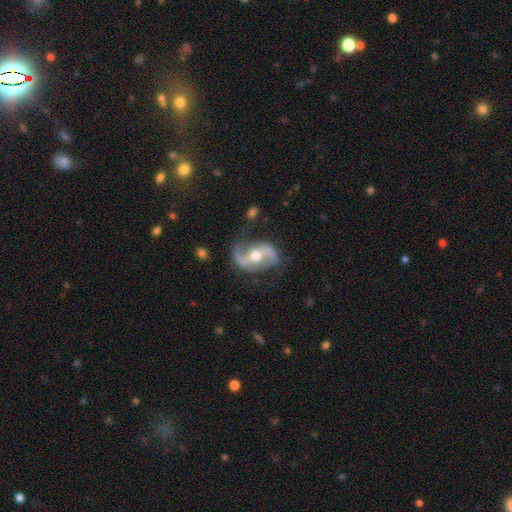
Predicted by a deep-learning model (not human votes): This is clearly a featured or disk galaxy (86%). It is clearly not viewed edge-on (96%). Bar: marginally strong (38%). Spiral arm pattern: clearly yes (94%). Spiral arm count: clearly 2 (92%). Spiral winding: likely loose (62%). Central bulge: likely moderate (72%). Merging: likely none (75%).